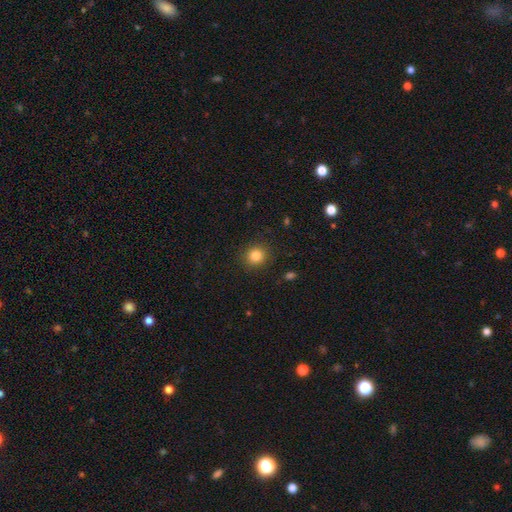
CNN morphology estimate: The model was most divided on "smooth or featured": smooth: 84%, star or artifact: 11%, featured or disk: 5%. More confident: merging — none (90%); how rounded — round (88%).